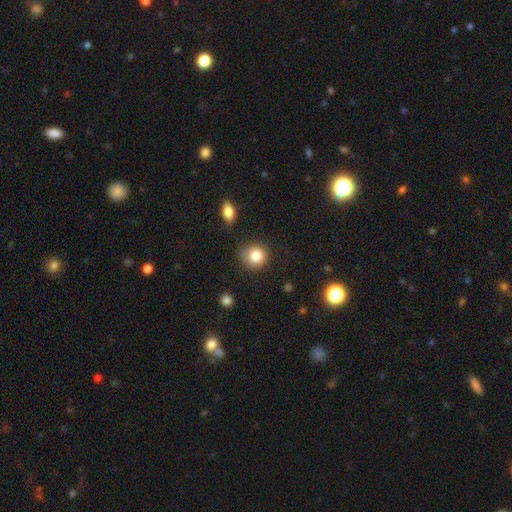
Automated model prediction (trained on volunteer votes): smooth-or-featured: smooth: 85% | star or artifact: 9% | featured or disk: 6%
  how-rounded: round: 88% | in between: 11% | cigar-shaped: 1%
  merging: none: 75% | minor disturbance: 17% | major disturbance: 4% | merger: 3%